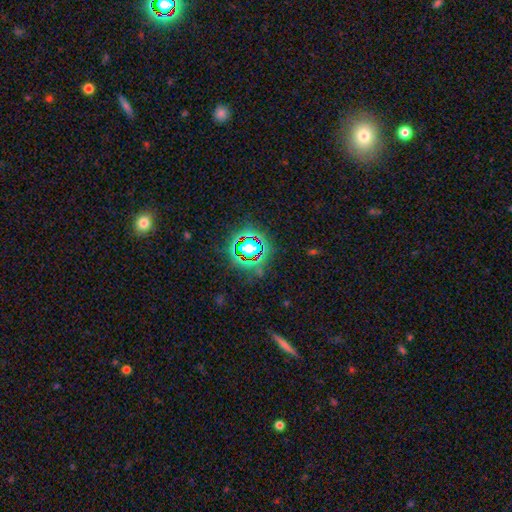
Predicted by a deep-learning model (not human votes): star or artifact 74%, smooth 15%, featured or disk 11%.